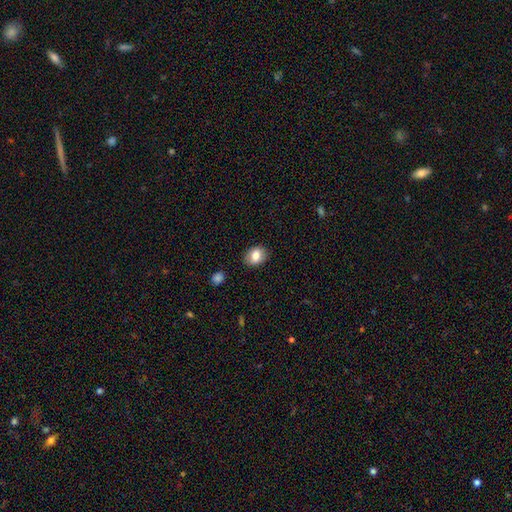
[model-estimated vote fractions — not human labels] Morphology: type=smooth (82%); roundness=in between (64%); merging=none (86%).